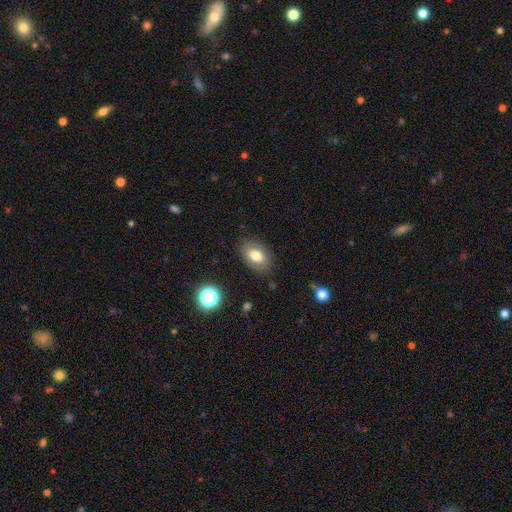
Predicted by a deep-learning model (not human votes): Q: Smooth or featured?
A: smooth (70%); runner-up: featured or disk (21%)
Q: How rounded?
A: in between (85%); runner-up: round (13%)
Q: Merging?
A: none (82%); runner-up: minor disturbance (13%)